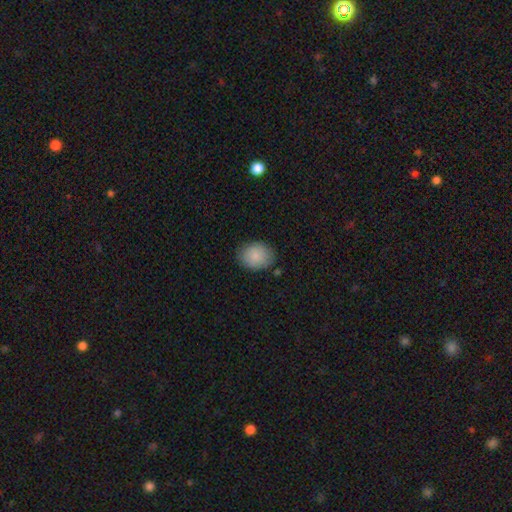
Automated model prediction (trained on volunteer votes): Smooth or featured? Predicted: smooth (p=0.86). How rounded? Predicted: in between (p=0.53). Merging? Predicted: none (p=0.82).